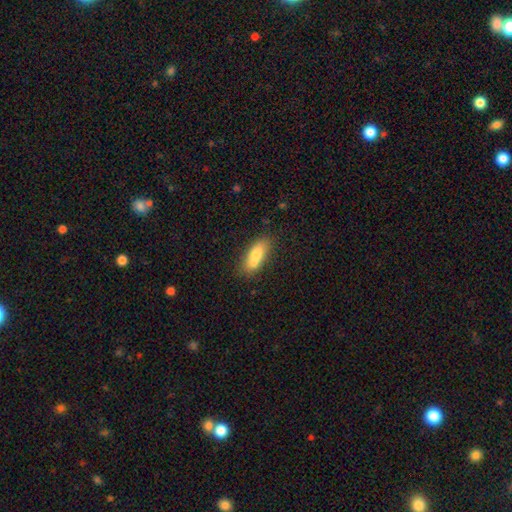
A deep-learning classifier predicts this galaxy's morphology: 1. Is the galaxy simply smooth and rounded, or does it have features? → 74% smooth, 19% featured or disk, 8% star or artifact.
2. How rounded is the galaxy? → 70% in between, 27% cigar-shaped, 4% round.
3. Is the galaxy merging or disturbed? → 55% none, 23% merger, 17% minor disturbance, 5% major disturbance.